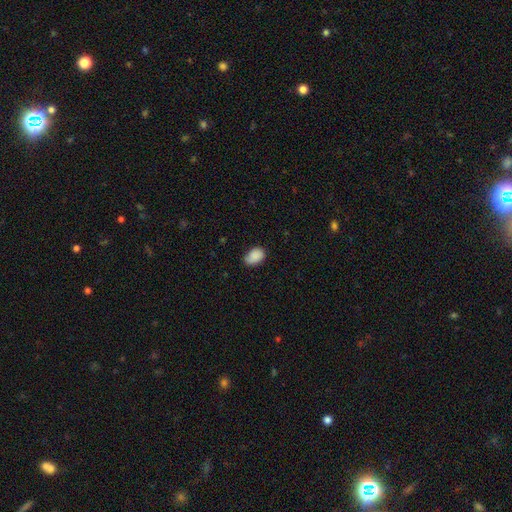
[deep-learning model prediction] Smooth or featured? Predicted: smooth (p=0.88). How rounded? Predicted: in between (p=0.85). Merging? Predicted: none (p=0.70).